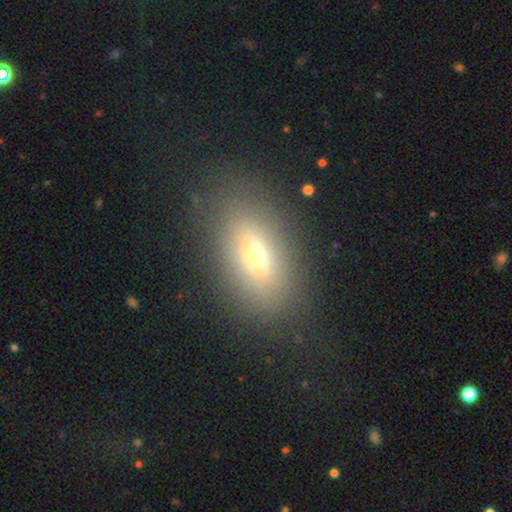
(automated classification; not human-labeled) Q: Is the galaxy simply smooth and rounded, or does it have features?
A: smooth — 61%.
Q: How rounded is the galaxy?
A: in between — 82%.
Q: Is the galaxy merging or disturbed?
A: none — 81%.